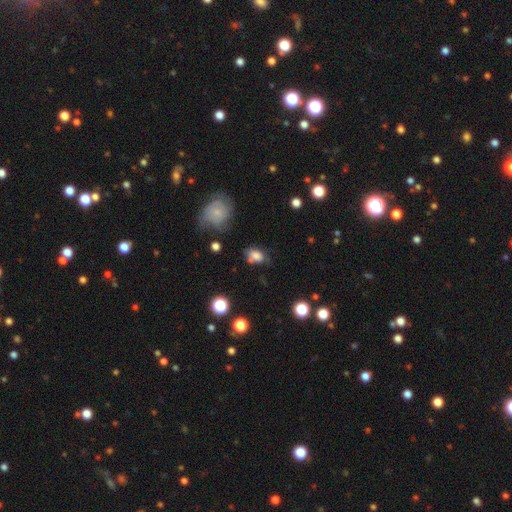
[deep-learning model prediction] The model was most divided on "merging": none: 53%, minor disturbance: 26%, major disturbance: 12%, merger: 9%. More confident: smooth or featured — smooth (74%); how rounded — in between (71%).